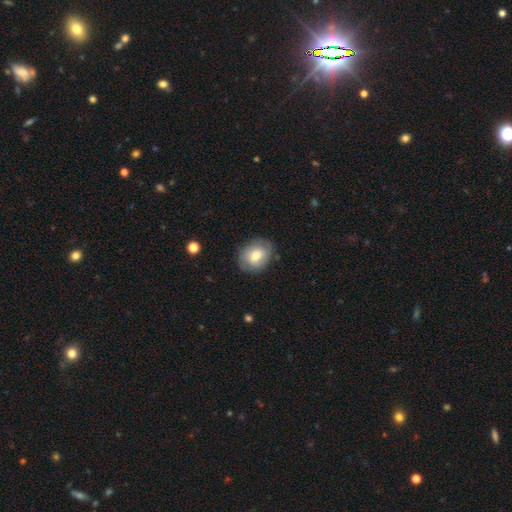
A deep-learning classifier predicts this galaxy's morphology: Smooth or featured?
  - smooth: 61% *
  - featured or disk: 31%
  - star or artifact: 8%
How rounded?
  - round: 53% *
  - in between: 46%
  - cigar-shaped: 1%
Merging?
  - none: 79% *
  - minor disturbance: 16%
  - major disturbance: 4%
  - merger: 1%